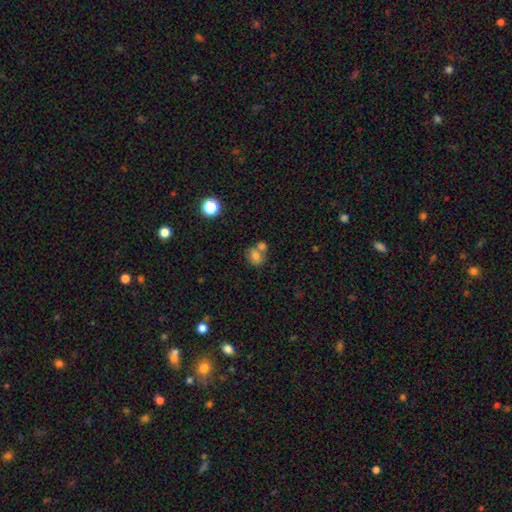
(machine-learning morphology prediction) Smooth or featured? smooth (73%)
How rounded? in between (54%)
Merging? merger (48%)